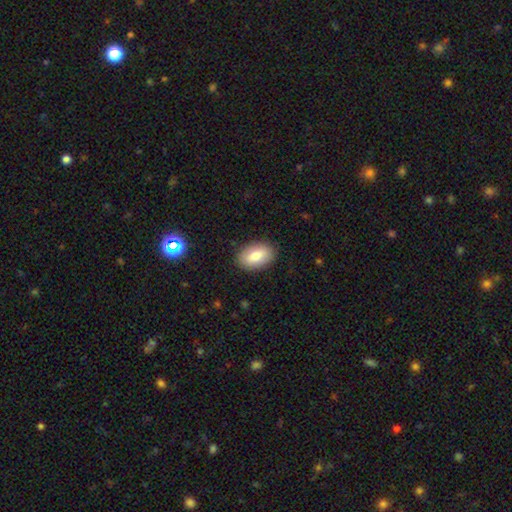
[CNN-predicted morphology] smooth-or-featured: smooth: 81% | featured or disk: 12% | star or artifact: 7%
  how-rounded: in between: 92% | round: 7% | cigar-shaped: 2%
  merging: none: 87% | minor disturbance: 9% | major disturbance: 2% | merger: 1%